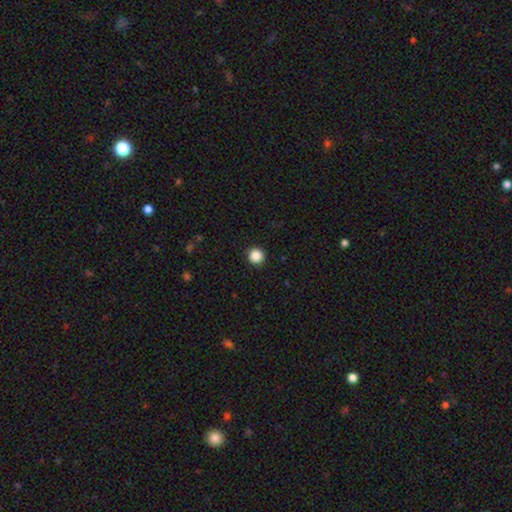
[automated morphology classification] The model was most divided on "smooth or featured": smooth: 87%, star or artifact: 10%, featured or disk: 3%. More confident: how rounded — round (96%); merging — none (94%).